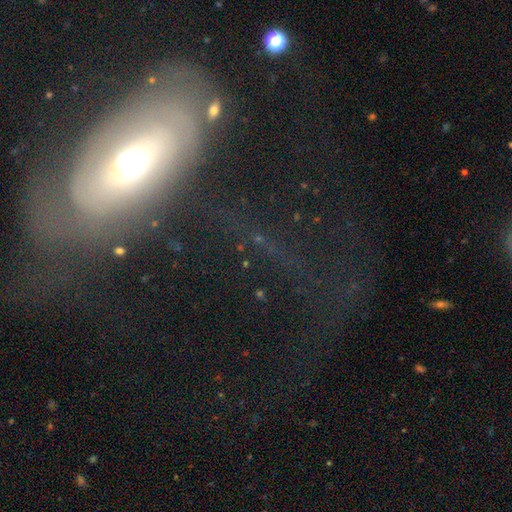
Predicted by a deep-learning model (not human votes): A featured or disk galaxy (63%) with no bar (64%), spiral arms (56%) and a moderate central bulge (67%). Merging: none (48%).